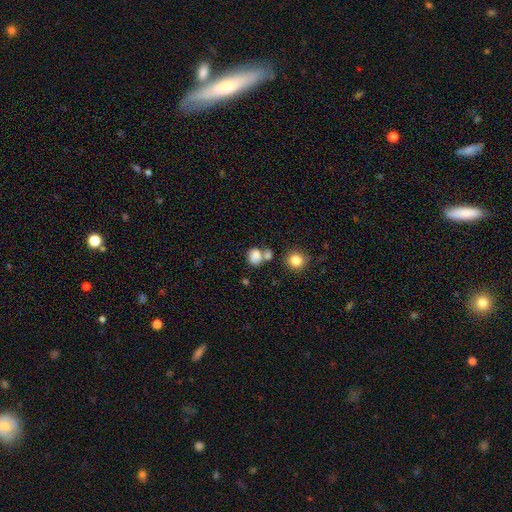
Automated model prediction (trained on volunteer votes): Smooth or featured?
  - smooth: 80% *
  - star or artifact: 11%
  - featured or disk: 9%
How rounded?
  - round: 63% *
  - in between: 36%
  - cigar-shaped: 1%
Merging?
  - none: 43% *
  - merger: 37%
  - minor disturbance: 13%
  - major disturbance: 6%